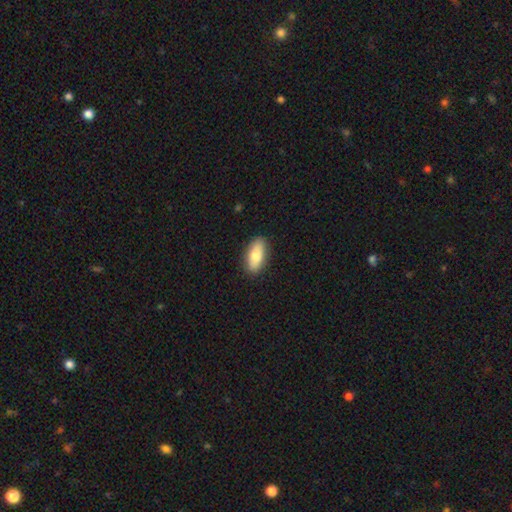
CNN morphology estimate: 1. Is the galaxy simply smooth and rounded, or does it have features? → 76% smooth, 18% featured or disk, 6% star or artifact.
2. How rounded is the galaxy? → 84% in between, 12% cigar-shaped, 3% round.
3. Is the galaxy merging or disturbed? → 89% none, 8% minor disturbance, 2% major disturbance, 1% merger.